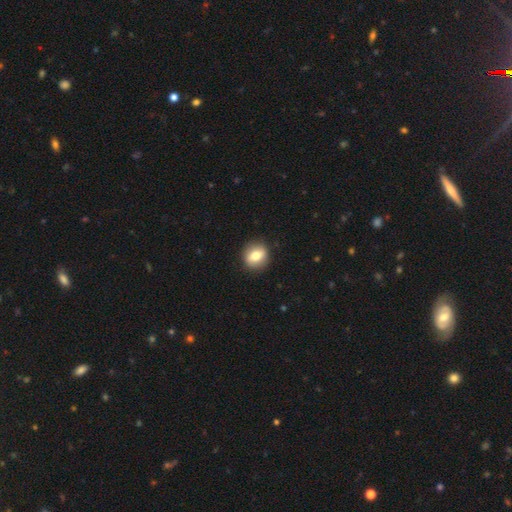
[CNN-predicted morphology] This appears to be a smooth galaxy with no disk features (73%) that is round (69%). Merging: none (89%).